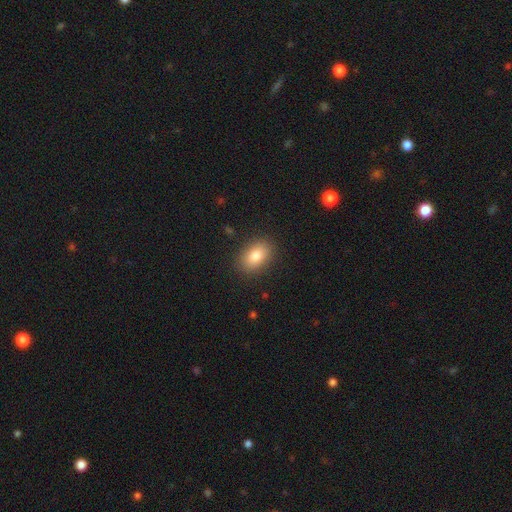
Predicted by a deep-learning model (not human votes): Morphology: type=smooth (83%); roundness=in between (86%); merging=none (87%).